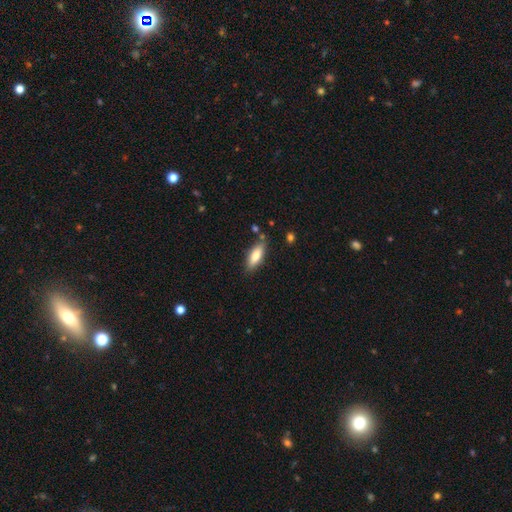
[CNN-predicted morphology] This appears to be a smooth galaxy with no disk features (79%) that is in between round and cigar-shaped (68%). Merging: none (80%).